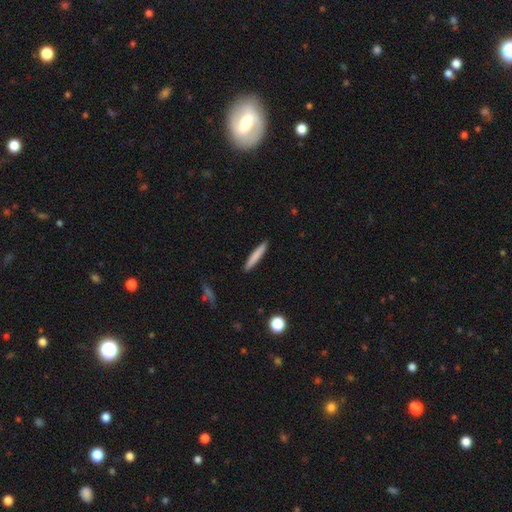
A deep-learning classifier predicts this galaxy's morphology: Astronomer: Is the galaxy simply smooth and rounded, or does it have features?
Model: smooth — 79%.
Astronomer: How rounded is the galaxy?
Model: cigar-shaped — 95%.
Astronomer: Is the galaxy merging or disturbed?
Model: none — 92%.